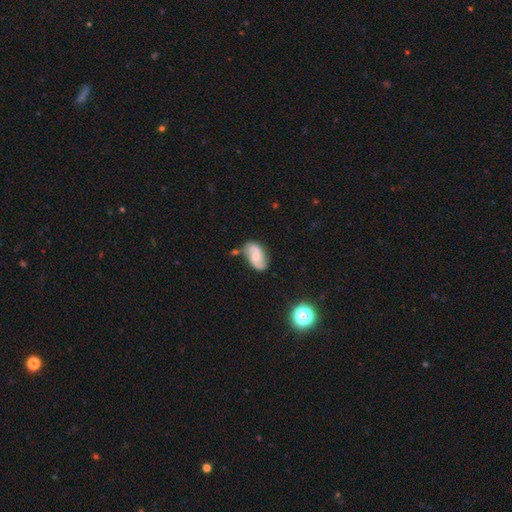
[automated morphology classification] This appears to be a featured or disk galaxy (59%) with no bar (55%), 2 (87%) loose (45%) spiral arms (91%) and no central bulge (41%). Merging: none (59%).